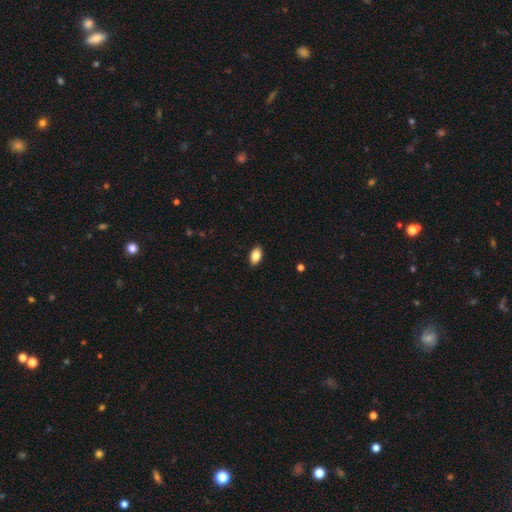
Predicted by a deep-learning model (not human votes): The model was most divided on "smooth or featured": smooth: 86%, star or artifact: 8%, featured or disk: 6%. More confident: how rounded — in between (92%); merging — none (89%).